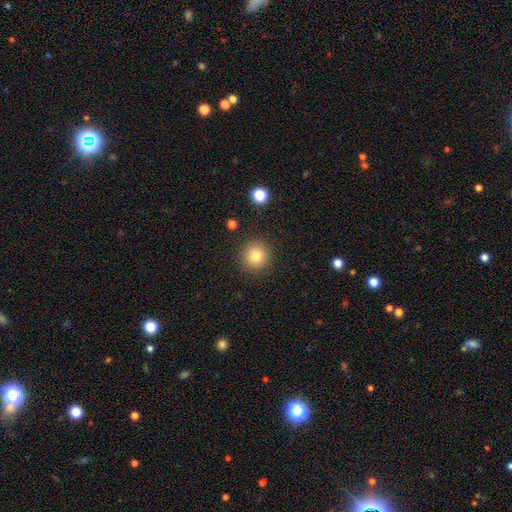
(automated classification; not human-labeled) This appears to be a smooth galaxy with no disk features (80%) that is round (93%). Merging: none (90%).